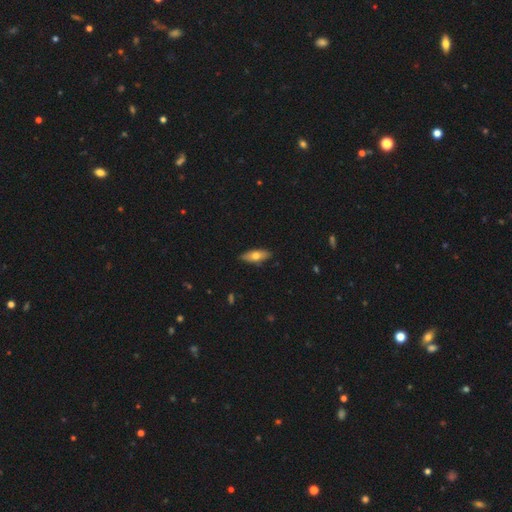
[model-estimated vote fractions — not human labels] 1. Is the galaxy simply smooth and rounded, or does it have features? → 63% smooth, 31% featured or disk, 6% star or artifact.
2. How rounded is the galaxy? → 68% in between, 29% cigar-shaped, 3% round.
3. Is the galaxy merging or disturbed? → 86% none, 11% minor disturbance, 2% major disturbance, 1% merger.